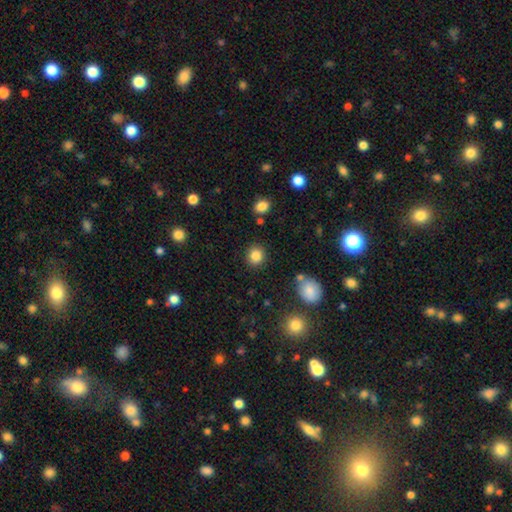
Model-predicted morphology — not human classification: Smooth or featured?
  - smooth: 85% *
  - star or artifact: 10%
  - featured or disk: 4%
How rounded?
  - round: 86% *
  - in between: 13%
  - cigar-shaped: 1%
Merging?
  - none: 87% *
  - minor disturbance: 7%
  - major disturbance: 3%
  - merger: 3%